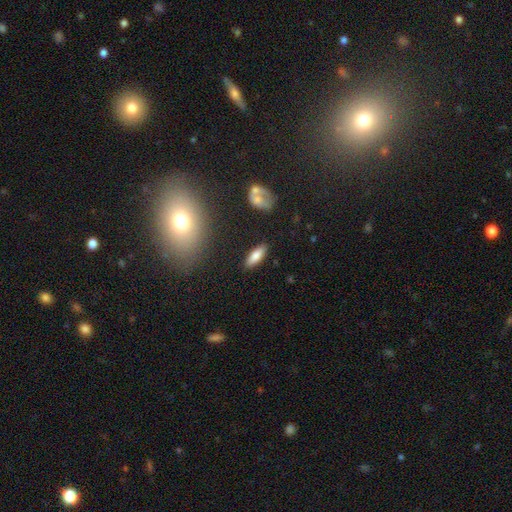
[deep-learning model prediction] The model was most divided on "how rounded": in between: 64%, cigar-shaped: 34%, round: 2%. More confident: merging — none (87%); smooth or featured — smooth (79%).